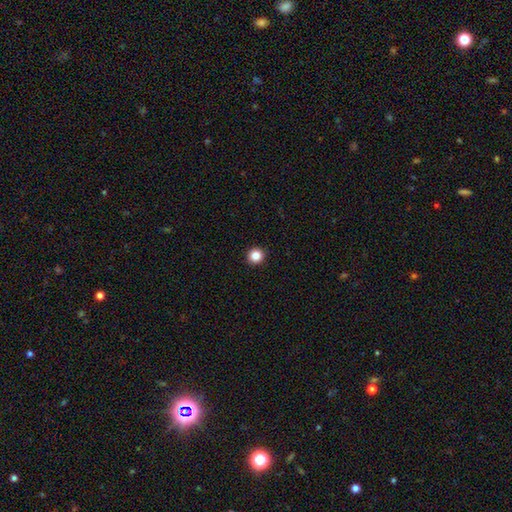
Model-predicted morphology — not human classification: type=smooth (85%); roundness=round (94%); merging=none (94%).